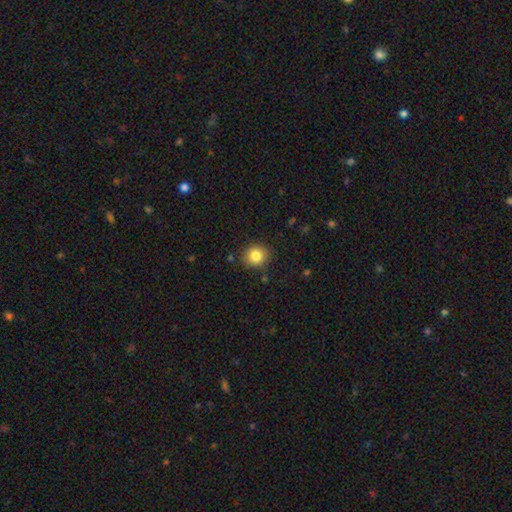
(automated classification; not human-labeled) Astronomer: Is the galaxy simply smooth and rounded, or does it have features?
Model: smooth — 82%.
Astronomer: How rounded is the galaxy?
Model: round — 87%.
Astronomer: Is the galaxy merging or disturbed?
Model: none — 87%.